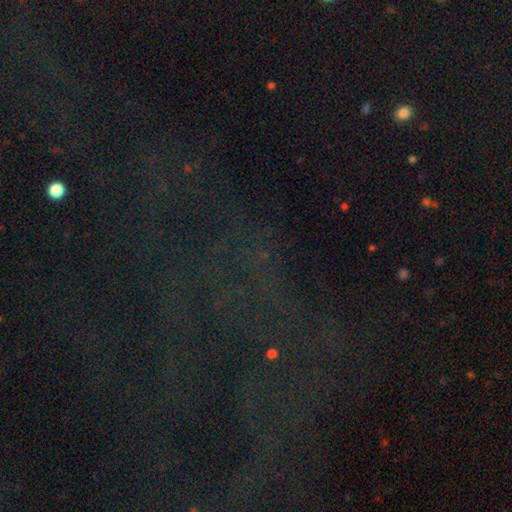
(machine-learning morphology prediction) A star or artifact, not a galaxy (74%).

Vote fractions:
- Smooth or featured? star or artifact: 74% / smooth: 13% / featured or disk: 13%